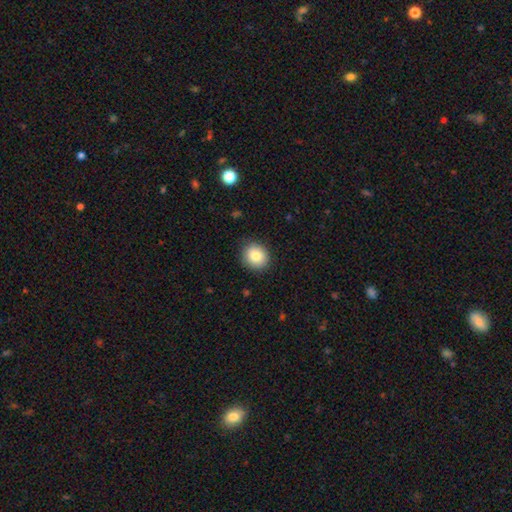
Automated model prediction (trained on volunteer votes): smooth-or-featured: smooth: 83% | star or artifact: 9% | featured or disk: 8%
  how-rounded: round: 81% | in between: 18% | cigar-shaped: 1%
  merging: none: 87% | minor disturbance: 9% | major disturbance: 2% | merger: 1%